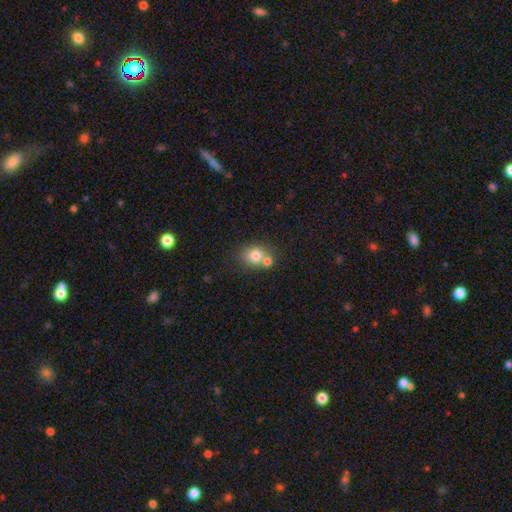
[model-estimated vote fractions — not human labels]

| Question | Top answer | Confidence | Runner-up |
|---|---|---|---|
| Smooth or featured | smooth | 77% | featured or disk (12%) |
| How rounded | round | 65% | in between (34%) |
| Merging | none | 50% | merger (37%) |